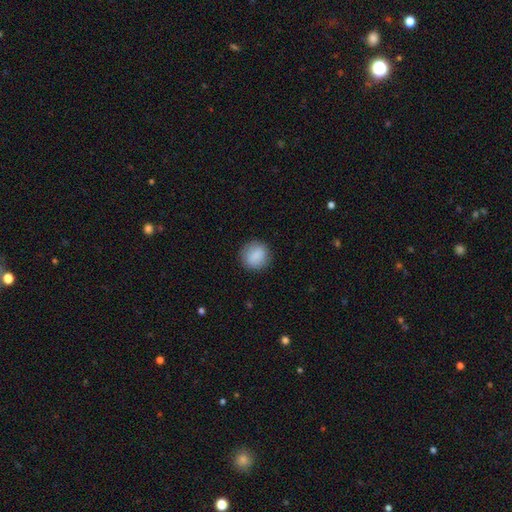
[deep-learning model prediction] Morphology: type=smooth (87%); roundness=round (89%); merging=none (88%).